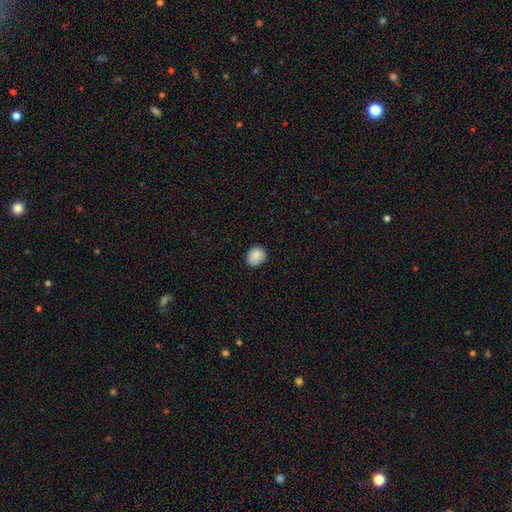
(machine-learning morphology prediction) Smooth or featured? Predicted: smooth (p=0.87). How rounded? Predicted: round (p=0.72). Merging? Predicted: none (p=0.86).